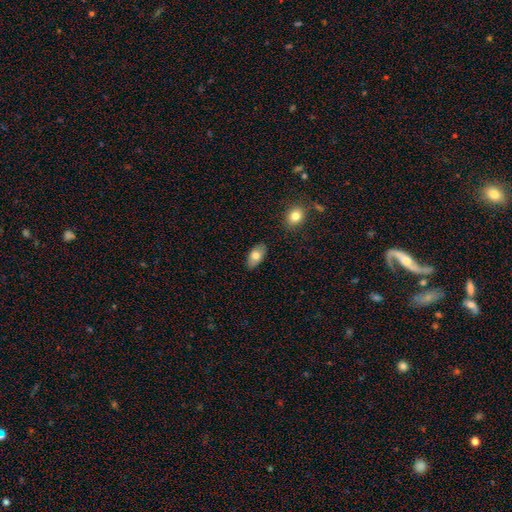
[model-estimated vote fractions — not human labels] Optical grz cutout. It shows a smooth galaxy with no disk features (78%) that is in between round and cigar-shaped (93%). Merging: none (85%).